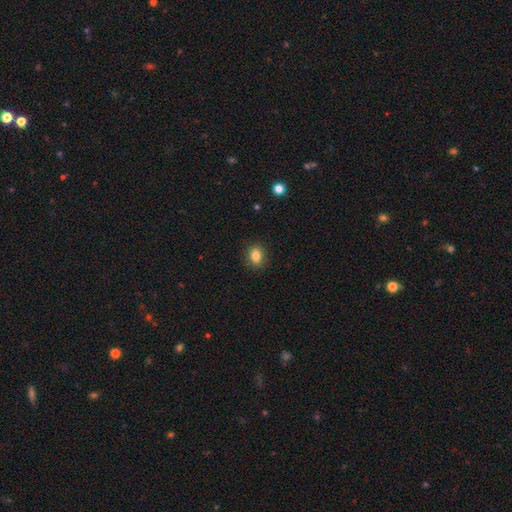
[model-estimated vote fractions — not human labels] smooth-or-featured: smooth: 83% | star or artifact: 10% | featured or disk: 7%
  how-rounded: in between: 59% | round: 39% | cigar-shaped: 2%
  merging: none: 87% | minor disturbance: 10% | major disturbance: 2% | merger: 1%